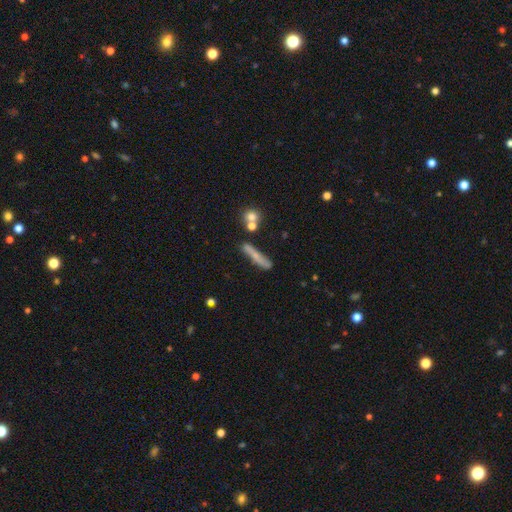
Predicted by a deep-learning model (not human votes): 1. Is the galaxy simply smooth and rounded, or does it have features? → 58% smooth, 33% featured or disk, 9% star or artifact.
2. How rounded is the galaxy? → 86% cigar-shaped, 9% in between, 5% round.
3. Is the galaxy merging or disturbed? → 65% none, 19% minor disturbance, 10% merger, 6% major disturbance.